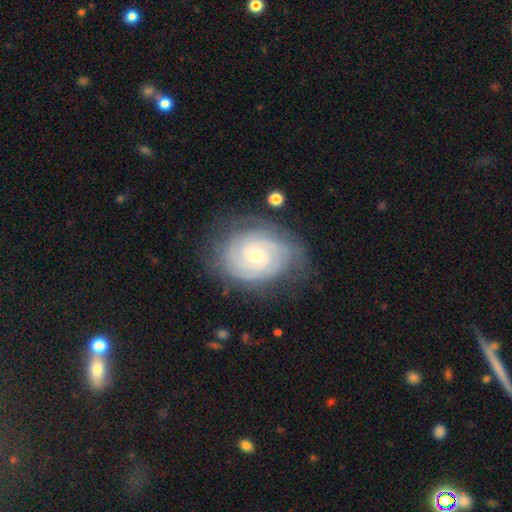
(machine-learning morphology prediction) This is clearly a featured or disk galaxy (89%). It is clearly not viewed edge-on (97%). Bar: likely no (66%). Spiral arm pattern: clearly yes (98%). Spiral arm count: marginally 2 (30%). Spiral winding: clearly tight (84%). Central bulge: possibly moderate (50%). Merging: likely none (76%).